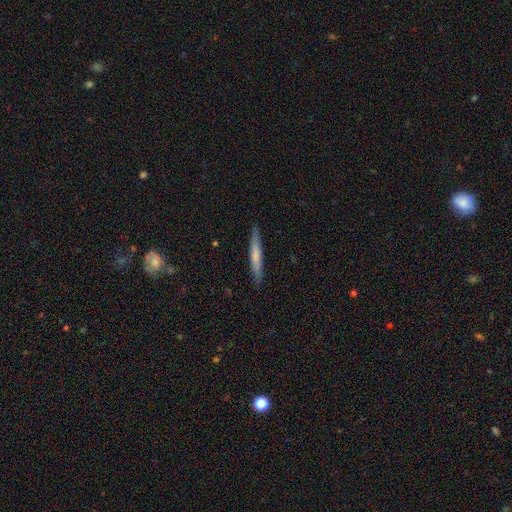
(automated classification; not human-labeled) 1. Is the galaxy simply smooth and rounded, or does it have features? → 62% smooth, 32% featured or disk, 5% star or artifact.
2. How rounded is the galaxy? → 95% cigar-shaped, 4% in between, 1% round.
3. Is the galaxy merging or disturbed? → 89% none, 8% minor disturbance, 2% major disturbance, 1% merger.